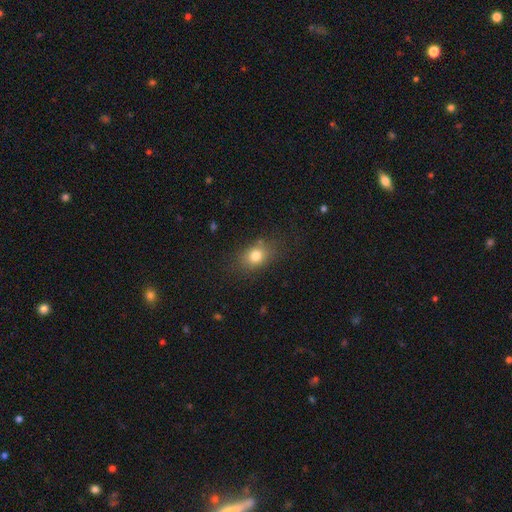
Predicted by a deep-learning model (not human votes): A smooth galaxy with no disk features (79%) that is in between round and cigar-shaped (61%). Merging: none (77%).